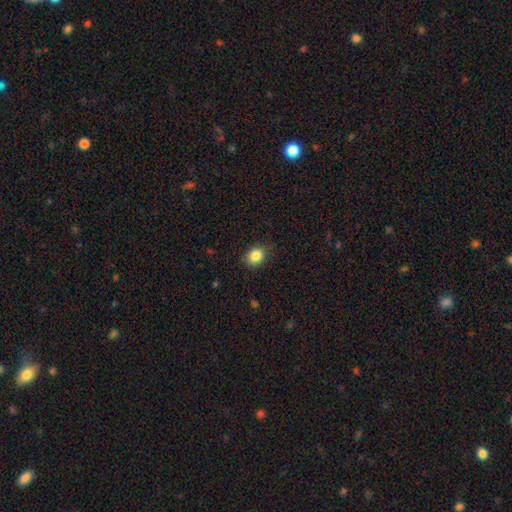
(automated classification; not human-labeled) Smooth or featured? smooth (86%)
How rounded? round (51%)
Merging? none (84%)